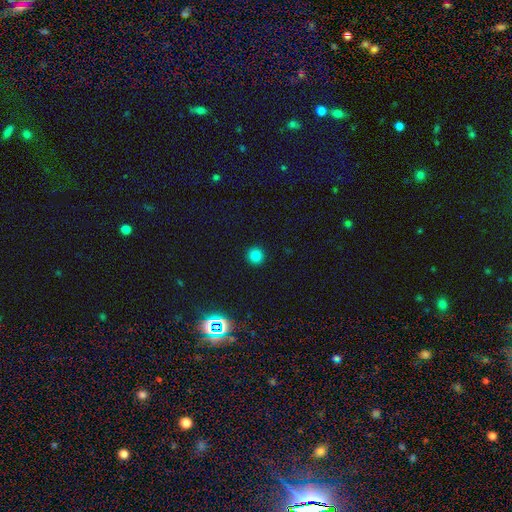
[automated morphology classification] Smooth or featured? smooth (80%)
How rounded? round (95%)
Merging? none (93%)